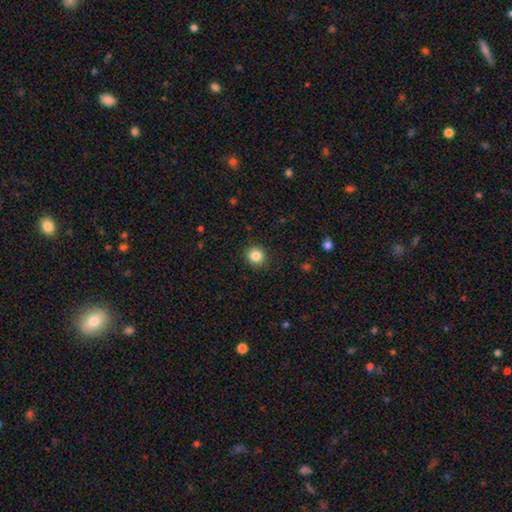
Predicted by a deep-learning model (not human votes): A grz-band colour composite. It shows a smooth galaxy with no disk features (85%) that is round (89%). Merging: none (90%).